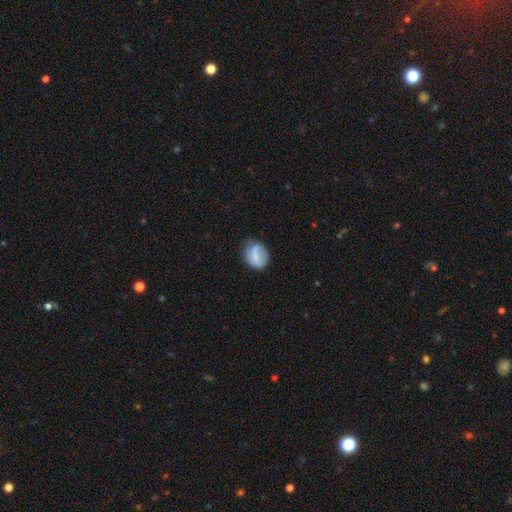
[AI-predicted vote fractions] A smooth galaxy with no disk features (65%) that is in between round and cigar-shaped (58%).

Vote fractions:
- Smooth or featured? smooth: 65% / featured or disk: 28% / star or artifact: 8%
- How rounded? in between: 58% / round: 41% / cigar-shaped: 1%
- Merging? none: 61% / minor disturbance: 27% / major disturbance: 10% / merger: 2%